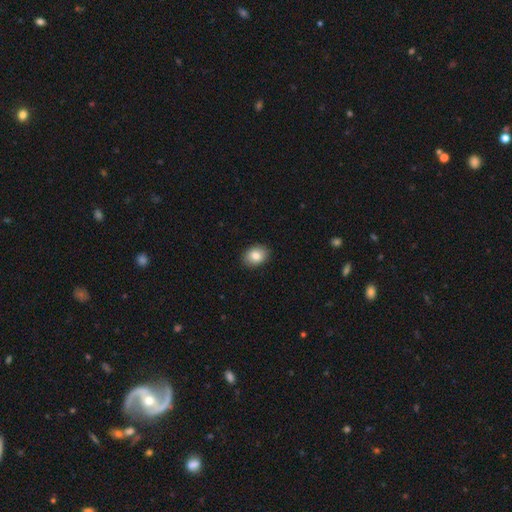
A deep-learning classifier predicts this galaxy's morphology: Smooth or featured?
  - smooth: 85% *
  - star or artifact: 8%
  - featured or disk: 7%
How rounded?
  - in between: 69% *
  - round: 30%
  - cigar-shaped: 1%
Merging?
  - none: 90% *
  - minor disturbance: 8%
  - major disturbance: 2%
  - merger: 1%